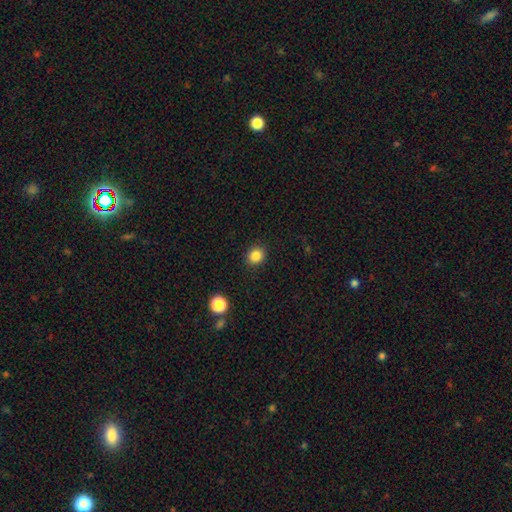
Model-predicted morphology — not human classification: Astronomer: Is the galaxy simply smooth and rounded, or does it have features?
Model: smooth — 85%.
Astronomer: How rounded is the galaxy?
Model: round — 73%.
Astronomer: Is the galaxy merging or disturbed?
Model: none — 90%.